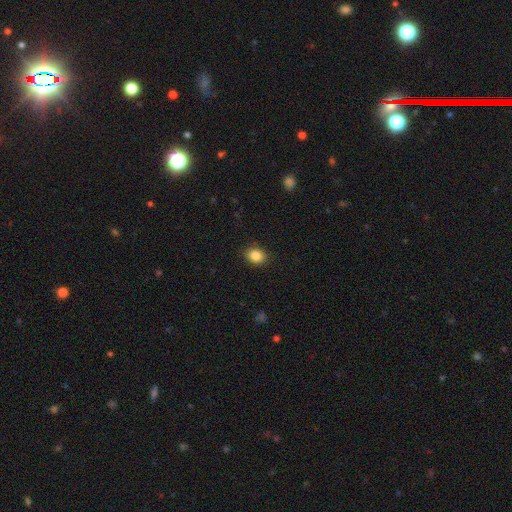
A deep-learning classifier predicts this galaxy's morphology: type=smooth (86%); roundness=in between (52%); merging=none (89%).